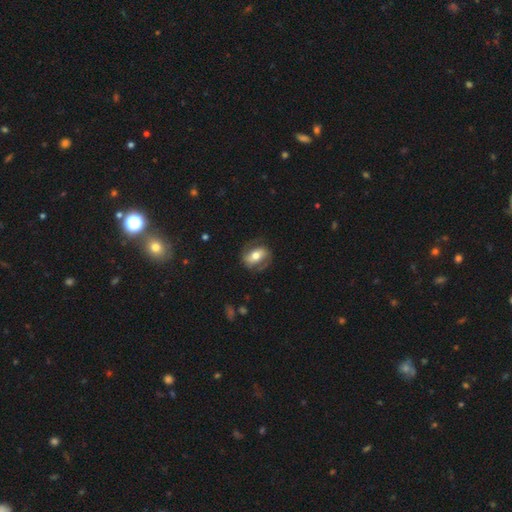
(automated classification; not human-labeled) The model was most divided on "bar": strong: 42%, weak: 30%, no: 29%. More confident: edge-on disk — no (93%); spiral arms — yes (74%); merging — none (70%); bulge size — moderate (68%); smooth or featured — featured or disk (59%).